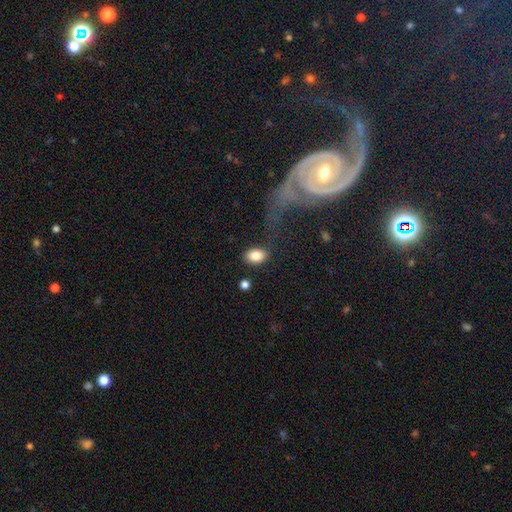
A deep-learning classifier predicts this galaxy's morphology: smooth 85%, featured or disk 8%, star or artifact 8%. Down the decision tree: how rounded — in between (84%); merging — none (78%).